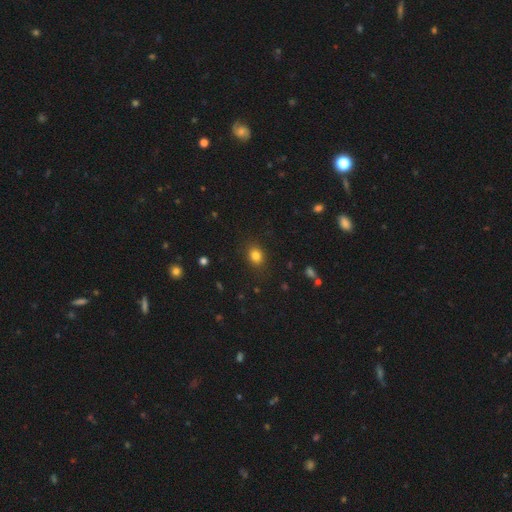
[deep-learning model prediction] A smooth galaxy with no disk features (81%) that is round (52%).

Vote fractions:
- Smooth or featured? smooth: 81% / star or artifact: 12% / featured or disk: 6%
- How rounded? round: 52% / in between: 47% / cigar-shaped: 1%
- Merging? none: 87% / minor disturbance: 9% / major disturbance: 3% / merger: 1%